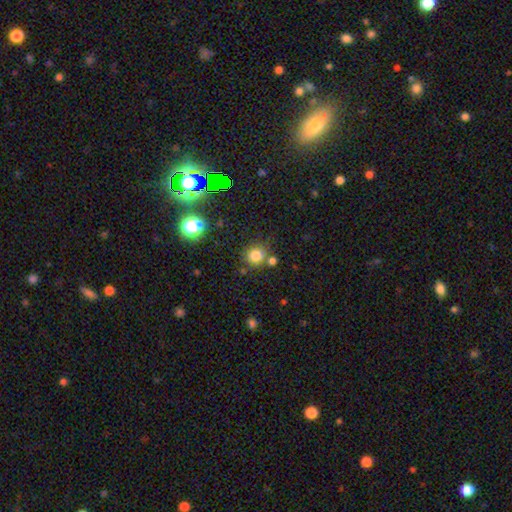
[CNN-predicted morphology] This is likely a smooth galaxy (79%). How rounded: clearly round (88%). Merging: likely none (74%).